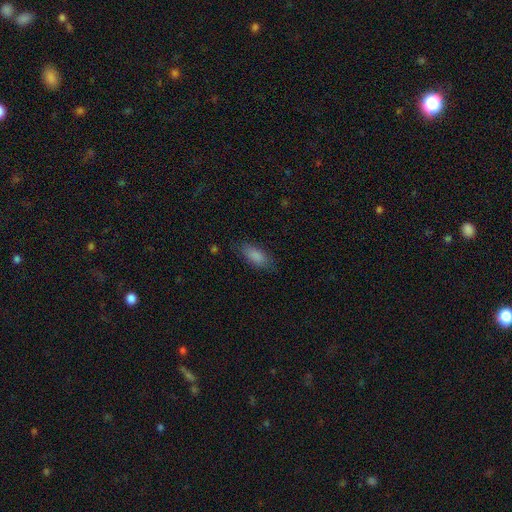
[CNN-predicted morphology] Smooth or featured?
  - smooth: 86% *
  - star or artifact: 7%
  - featured or disk: 6%
How rounded?
  - in between: 81% *
  - cigar-shaped: 17%
  - round: 2%
Merging?
  - none: 79% *
  - minor disturbance: 16%
  - major disturbance: 4%
  - merger: 1%